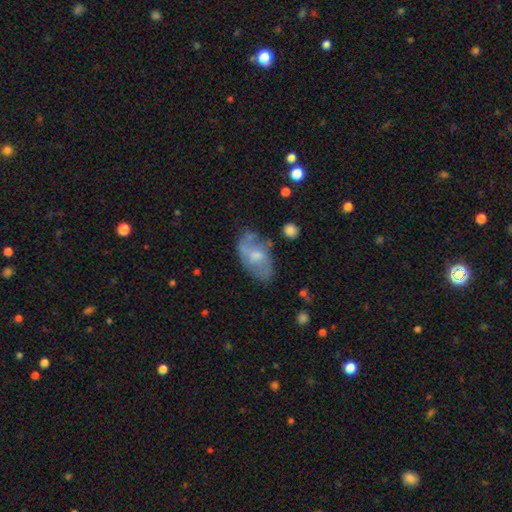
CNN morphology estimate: Smooth or featured? Predicted: featured or disk (p=0.51). Edge-on disk? Predicted: no (p=0.92). Merging? Predicted: none (p=0.61).